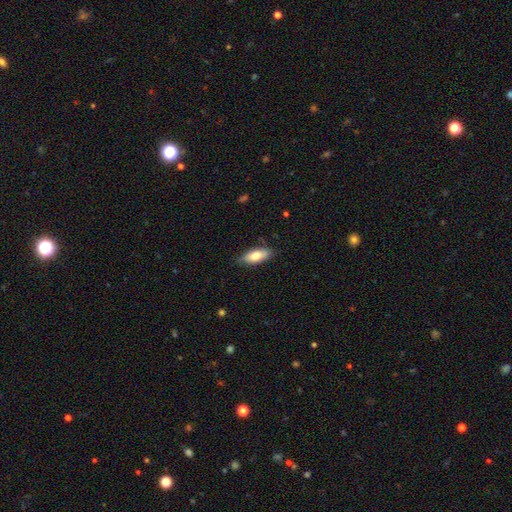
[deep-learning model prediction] Smooth or featured? smooth (77%)
How rounded? in between (74%)
Merging? none (80%)